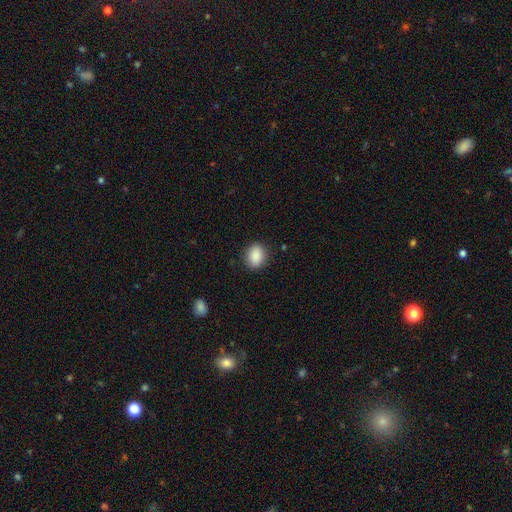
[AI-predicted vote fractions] Smooth or featured: smooth — 89% (star or artifact — 8%)
How rounded: in between — 58% (round — 41%)
Merging: none — 87% (minor disturbance — 9%)